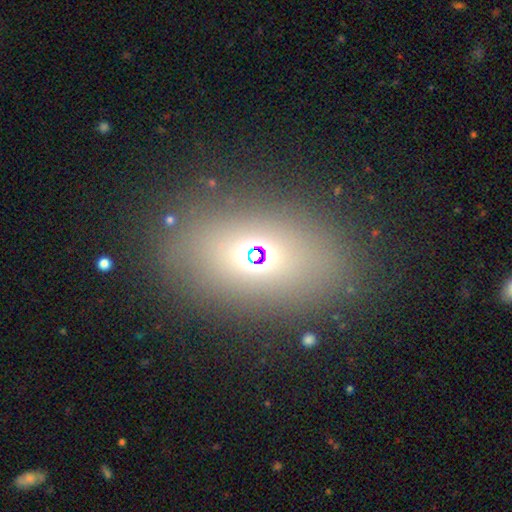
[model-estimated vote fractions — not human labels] Q: Smooth or featured?
A: smooth (49%); runner-up: star or artifact (32%)
Q: Merging?
A: none (81%); runner-up: minor disturbance (10%)